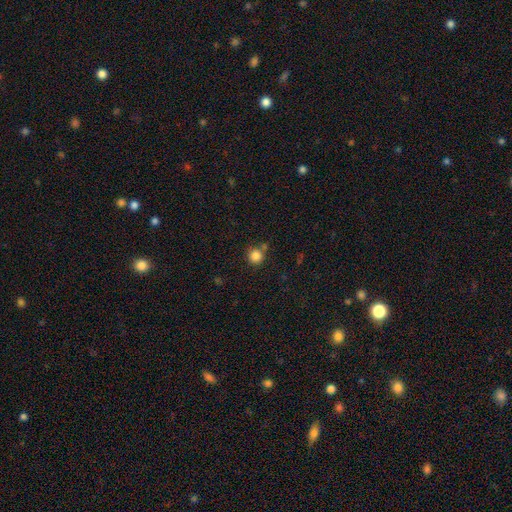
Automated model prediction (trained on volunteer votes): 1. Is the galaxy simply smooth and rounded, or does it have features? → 84% smooth, 11% star or artifact, 4% featured or disk.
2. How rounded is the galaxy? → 93% round, 6% in between, 1% cigar-shaped.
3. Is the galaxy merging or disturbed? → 75% none, 11% merger, 11% minor disturbance, 3% major disturbance.